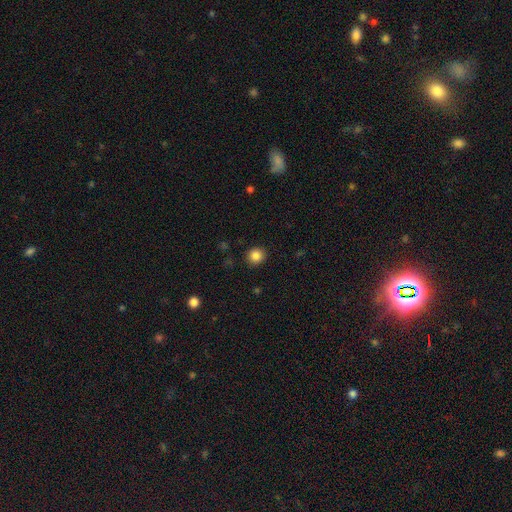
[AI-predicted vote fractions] A smooth galaxy with no disk features (85%) that is round (90%).

Vote fractions:
- Smooth or featured? smooth: 85% / star or artifact: 11% / featured or disk: 4%
- How rounded? round: 90% / in between: 9% / cigar-shaped: 1%
- Merging? none: 91% / minor disturbance: 6% / major disturbance: 2% / merger: 1%